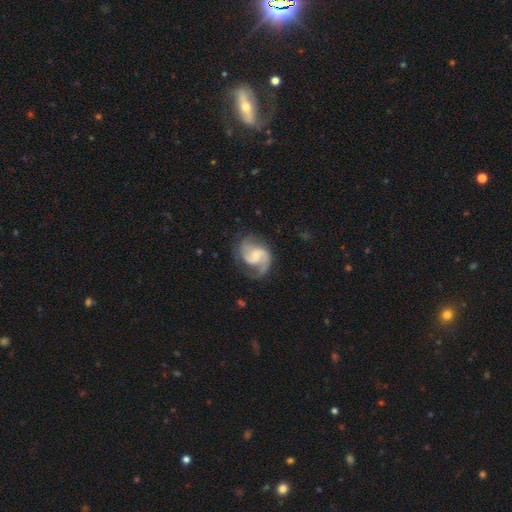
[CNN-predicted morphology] Smooth or featured? Predicted: featured or disk (p=0.86). Edge-on disk? Predicted: no (p=0.98). Bar? Predicted: weak (p=0.49). Spiral arms? Predicted: yes (p=0.97). Spiral winding? Predicted: medium (p=0.54). Spiral arm count? Predicted: 2 (p=0.83). Bulge size? Predicted: small (p=0.47). Merging? Predicted: none (p=0.66).